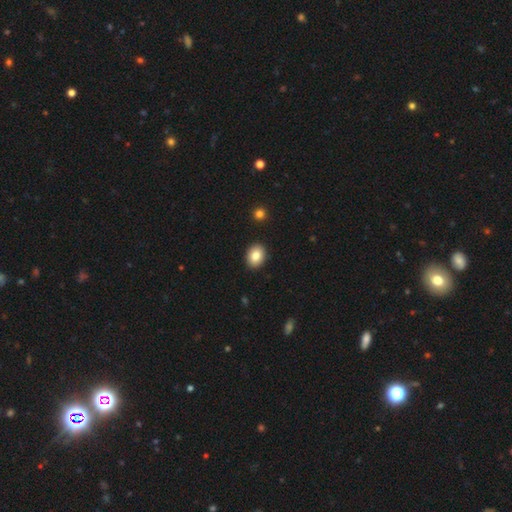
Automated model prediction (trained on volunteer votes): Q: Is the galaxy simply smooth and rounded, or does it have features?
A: smooth — 85%.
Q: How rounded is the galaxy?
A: in between — 64%.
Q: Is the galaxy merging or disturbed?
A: none — 91%.